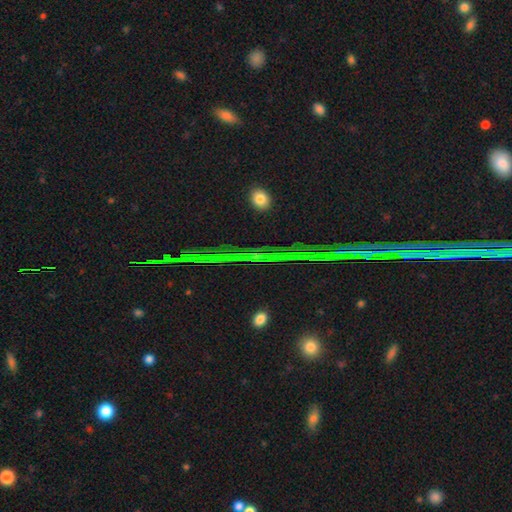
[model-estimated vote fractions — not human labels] A star or artifact, not a galaxy (84%).